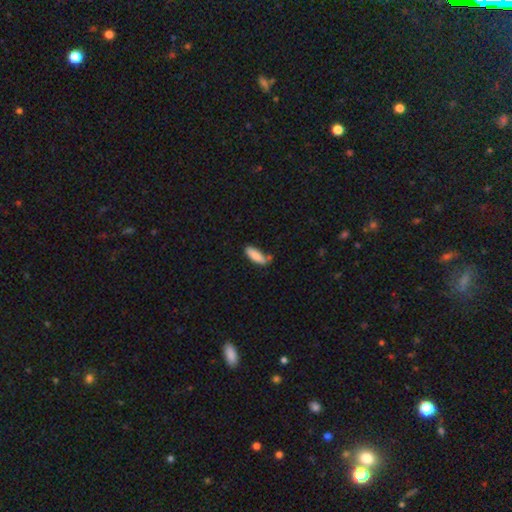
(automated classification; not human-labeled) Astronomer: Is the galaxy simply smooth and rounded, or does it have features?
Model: smooth — 84%.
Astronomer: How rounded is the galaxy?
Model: in between — 62%.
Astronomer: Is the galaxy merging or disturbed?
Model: none — 53%.